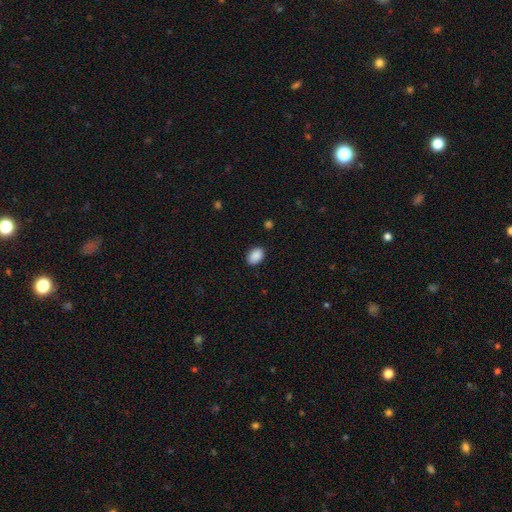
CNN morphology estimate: The model was most divided on "how rounded": in between: 84%, round: 15%, cigar-shaped: 1%. More confident: smooth or featured — smooth (90%); merging — none (88%).